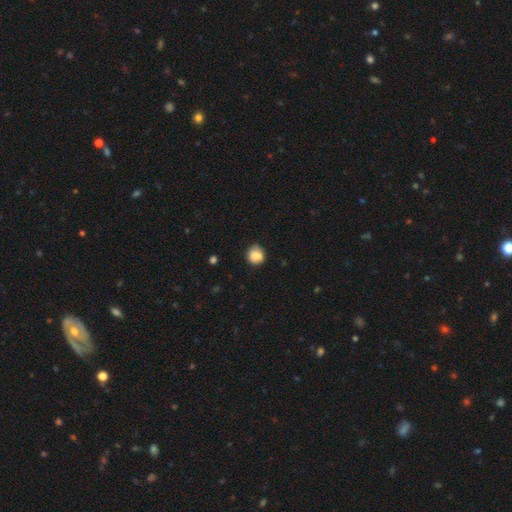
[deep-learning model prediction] smooth_or_featured: smooth (p=0.82) [alt: featured or disk p=0.09]
how_rounded: round (p=0.80) [alt: in between p=0.19]
merging: none (p=0.68) [alt: minor disturbance p=0.22]